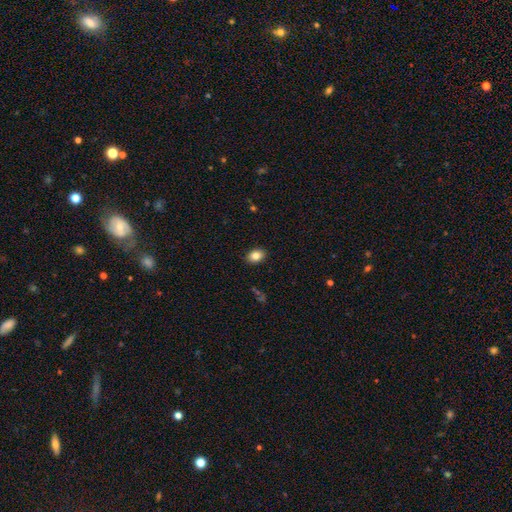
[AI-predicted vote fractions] This is clearly a smooth galaxy (84%). How rounded: likely in between (72%). Merging: clearly none (89%).